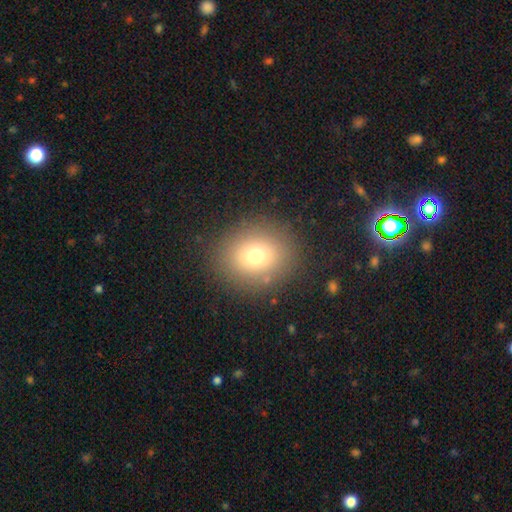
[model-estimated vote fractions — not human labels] A smooth galaxy with no disk features (73%) that is round (73%). Merging: none (86%).